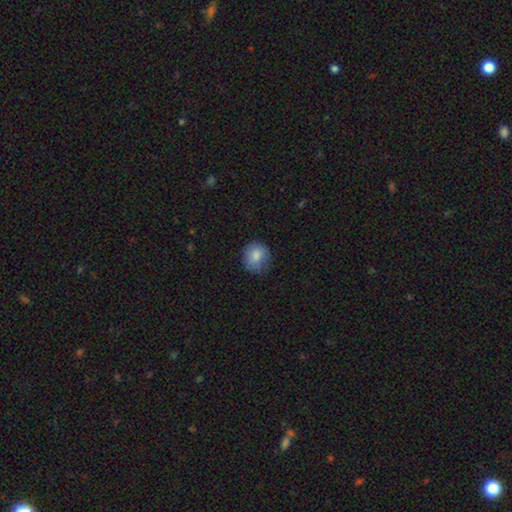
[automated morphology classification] Smooth or featured?
  - smooth: 81% *
  - featured or disk: 11%
  - star or artifact: 8%
How rounded?
  - round: 76% *
  - in between: 23%
  - cigar-shaped: 1%
Merging?
  - none: 68% *
  - minor disturbance: 24%
  - major disturbance: 6%
  - merger: 1%